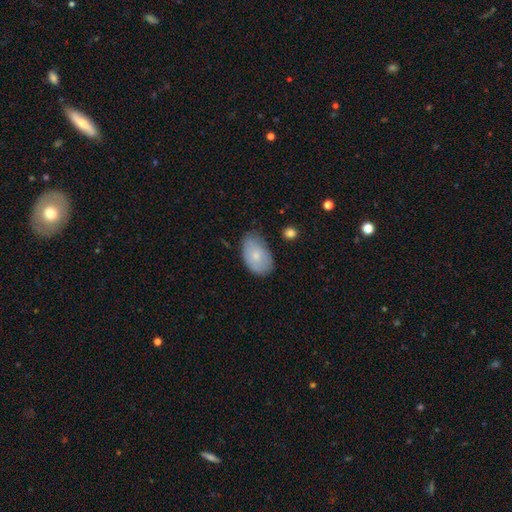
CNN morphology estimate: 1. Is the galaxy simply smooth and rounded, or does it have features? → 72% smooth, 21% featured or disk, 6% star or artifact.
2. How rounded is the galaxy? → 91% in between, 7% round, 1% cigar-shaped.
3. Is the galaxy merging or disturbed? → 65% none, 28% minor disturbance, 5% major disturbance, 2% merger.